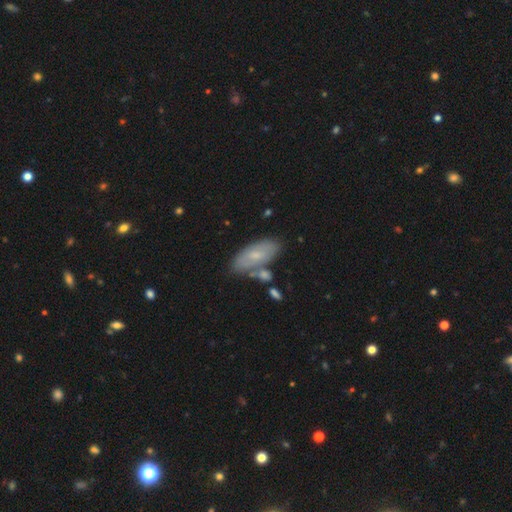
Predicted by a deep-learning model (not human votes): A smooth galaxy with no disk features (61%) that is in between round and cigar-shaped (87%).

Vote fractions:
- Smooth or featured? smooth: 61% / featured or disk: 32% / star or artifact: 7%
- How rounded? in between: 87% / cigar-shaped: 11% / round: 2%
- Merging? none: 61% / minor disturbance: 17% / merger: 16% / major disturbance: 5%